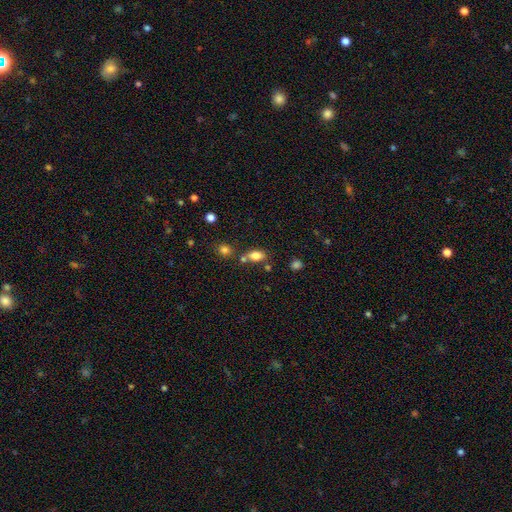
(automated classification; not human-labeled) Smooth or featured? Predicted: smooth (p=0.81). How rounded? Predicted: in between (p=0.84). Merging? Predicted: none (p=0.60).